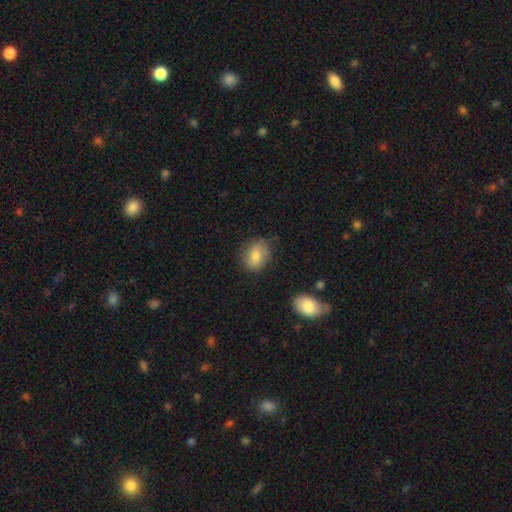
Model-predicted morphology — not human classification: This is likely a smooth galaxy (74%). How rounded: possibly in between (58%). Merging: likely none (74%).